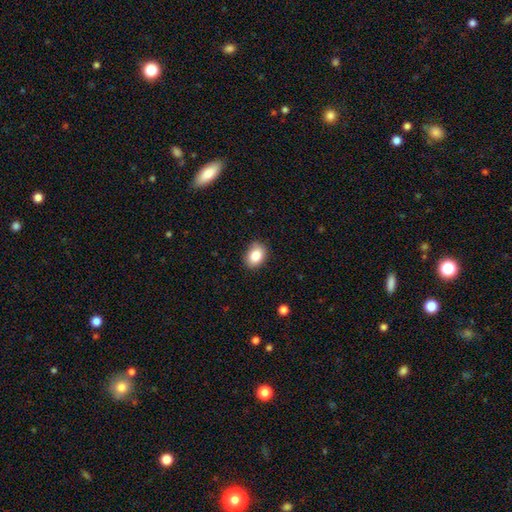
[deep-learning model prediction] A smooth galaxy with no disk features (85%) that is in between round and cigar-shaped (70%).

Vote fractions:
- Smooth or featured? smooth: 85% / star or artifact: 8% / featured or disk: 7%
- How rounded? in between: 70% / round: 29% / cigar-shaped: 1%
- Merging? none: 85% / minor disturbance: 12% / major disturbance: 2% / merger: 1%